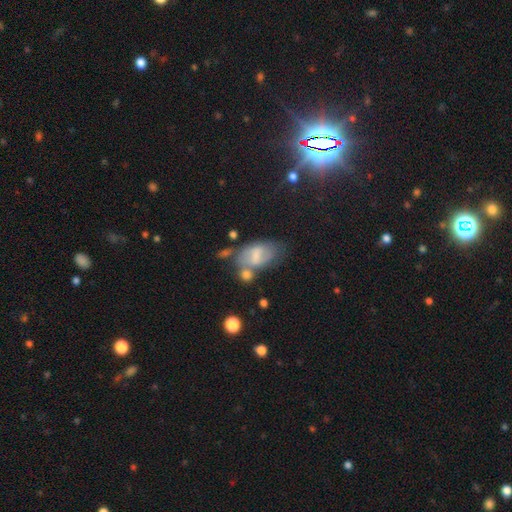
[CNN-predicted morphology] Overall: smooth (55%; featured or disk 35%). How rounded: in between (89%). Merging: none (35%; merger 26%).